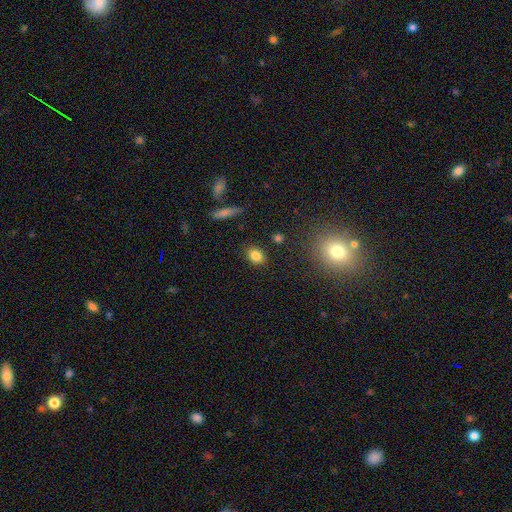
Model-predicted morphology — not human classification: A smooth galaxy with no disk features (83%) that is in between round and cigar-shaped (62%). Merging: none (86%).